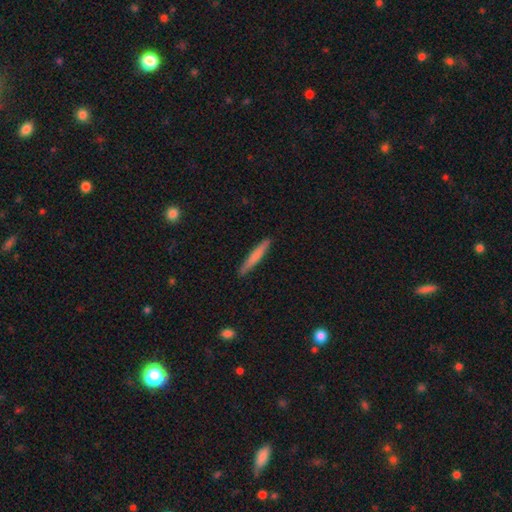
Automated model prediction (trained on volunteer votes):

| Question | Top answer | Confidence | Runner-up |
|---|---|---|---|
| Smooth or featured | smooth | 68% | featured or disk (26%) |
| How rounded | cigar-shaped | 95% | in between (4%) |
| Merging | none | 90% | minor disturbance (8%) |